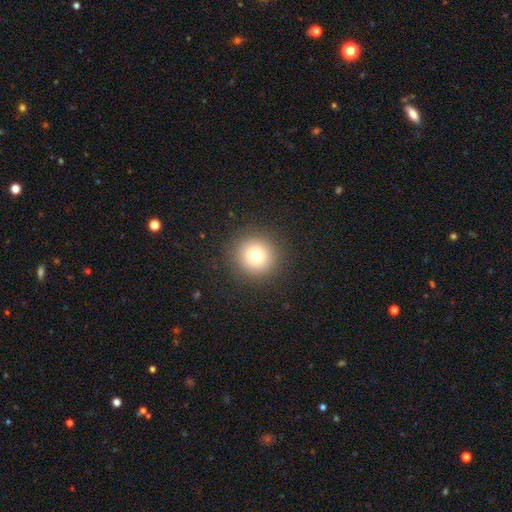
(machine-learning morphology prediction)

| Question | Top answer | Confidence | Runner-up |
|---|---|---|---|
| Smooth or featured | smooth | 76% | star or artifact (13%) |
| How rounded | round | 94% | in between (5%) |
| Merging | none | 90% | minor disturbance (6%) |